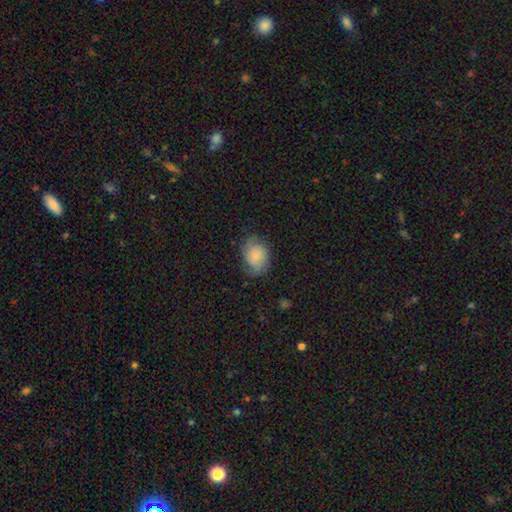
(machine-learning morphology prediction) Smooth or featured? smooth (59%)
How rounded? in between (58%)
Merging? none (62%)